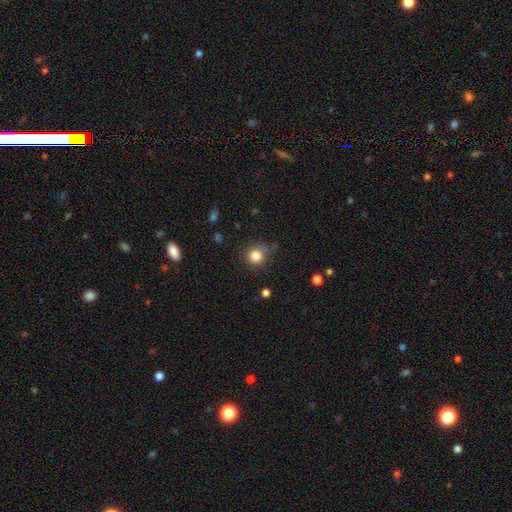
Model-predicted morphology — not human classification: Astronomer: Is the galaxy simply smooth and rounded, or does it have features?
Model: smooth — 83%.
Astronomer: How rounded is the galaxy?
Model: round — 92%.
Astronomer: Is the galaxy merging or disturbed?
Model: none — 78%.